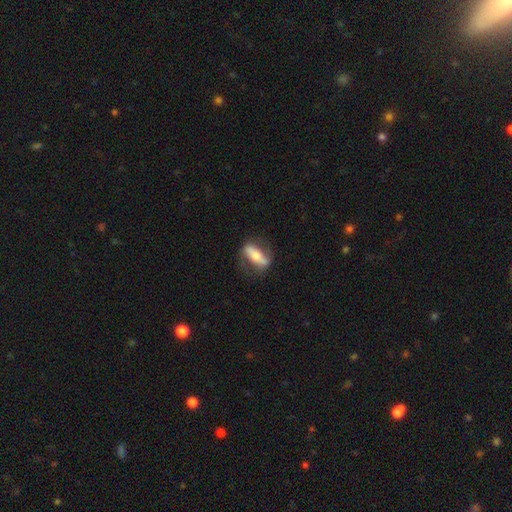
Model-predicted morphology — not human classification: smooth_or_featured: featured or disk (p=0.57) [alt: smooth p=0.38]
disk_edge_on: no (p=0.63) [alt: yes p=0.37]
merging: none (p=0.73) [alt: minor disturbance p=0.17]